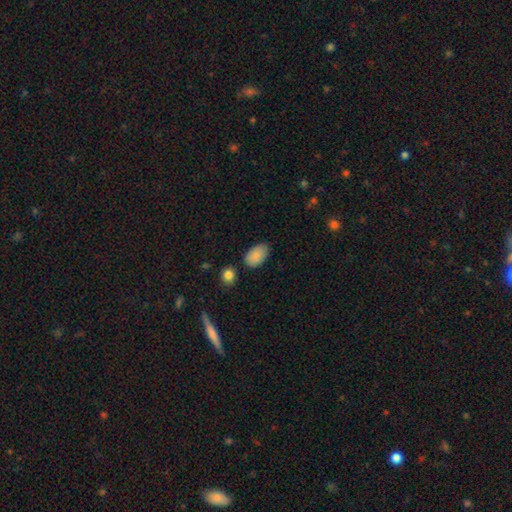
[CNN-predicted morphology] smooth 88%, star or artifact 7%, featured or disk 5%. Down the decision tree: how rounded — in between (92%); merging — none (78%).